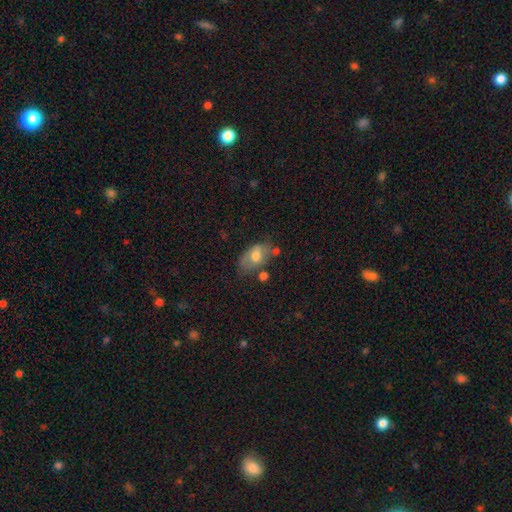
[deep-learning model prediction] Q: Smooth or featured?
A: smooth (63%); runner-up: featured or disk (29%)
Q: How rounded?
A: in between (88%); runner-up: round (10%)
Q: Merging?
A: none (52%); runner-up: minor disturbance (27%)